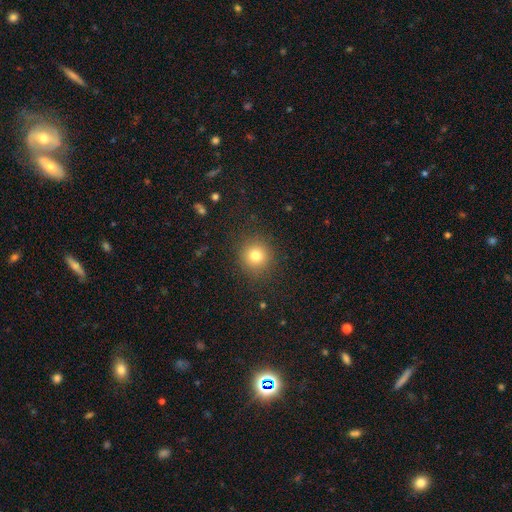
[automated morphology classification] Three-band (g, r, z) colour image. It shows a smooth galaxy with no disk features (80%) that is round (91%). Merging: none (88%).